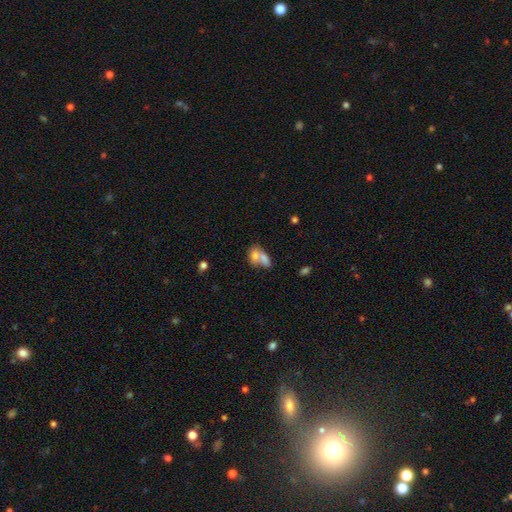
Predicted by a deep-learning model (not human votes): This appears to be a smooth galaxy with no disk features (71%) that is in between round and cigar-shaped (77%). Merging: merger (68%).